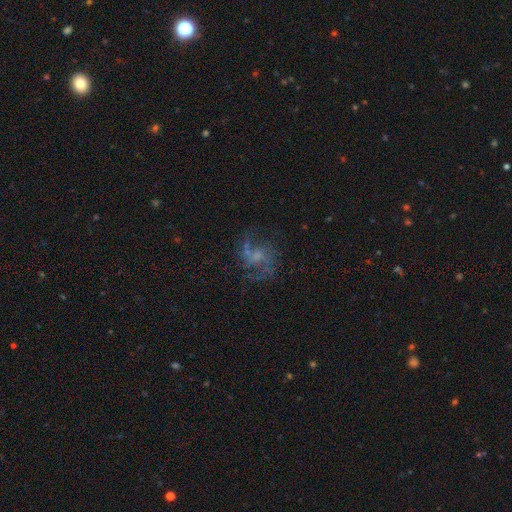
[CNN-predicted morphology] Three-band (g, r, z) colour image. It shows a featured or disk galaxy (72%) with no bar (58%), 2 (70%) loose (48%) spiral arms (87%) and a small central bulge (41%). Merging: none (58%).